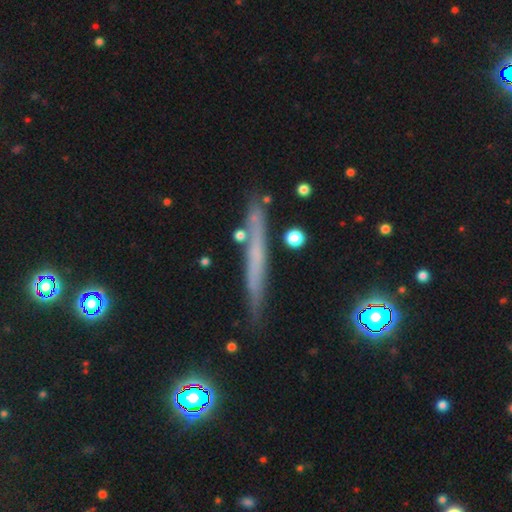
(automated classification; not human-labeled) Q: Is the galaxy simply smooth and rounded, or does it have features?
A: featured or disk — 48%.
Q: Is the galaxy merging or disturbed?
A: none — 81%.